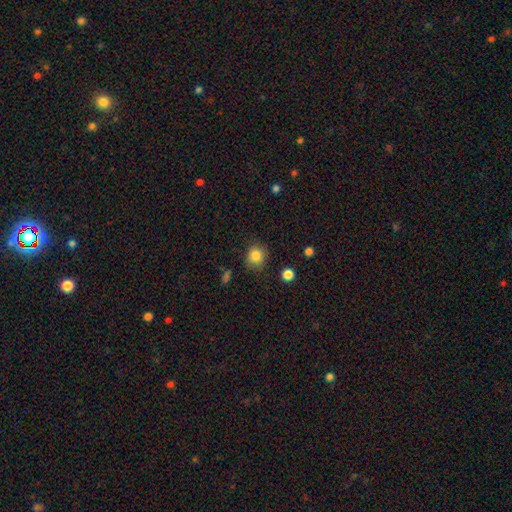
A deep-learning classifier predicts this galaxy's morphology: Q: Smooth or featured?
A: smooth (84%); runner-up: star or artifact (11%)
Q: How rounded?
A: round (84%); runner-up: in between (15%)
Q: Merging?
A: none (81%); runner-up: minor disturbance (13%)